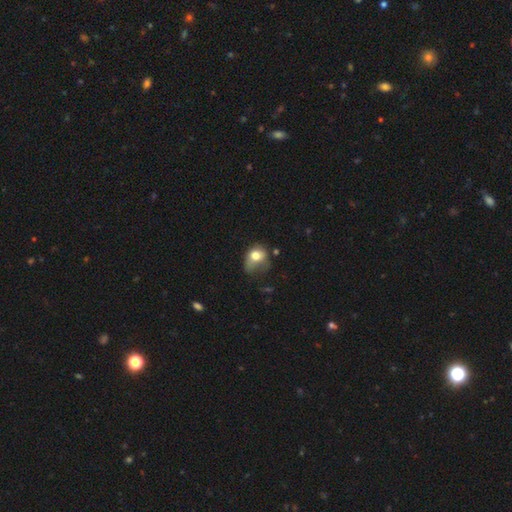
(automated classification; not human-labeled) A smooth galaxy with no disk features (71%) that is in between round and cigar-shaped (55%).

Vote fractions:
- Smooth or featured? smooth: 71% / featured or disk: 19% / star or artifact: 10%
- How rounded? in between: 55% / round: 44% / cigar-shaped: 1%
- Merging? major disturbance: 39% / minor disturbance: 33% / none: 23% / merger: 6%